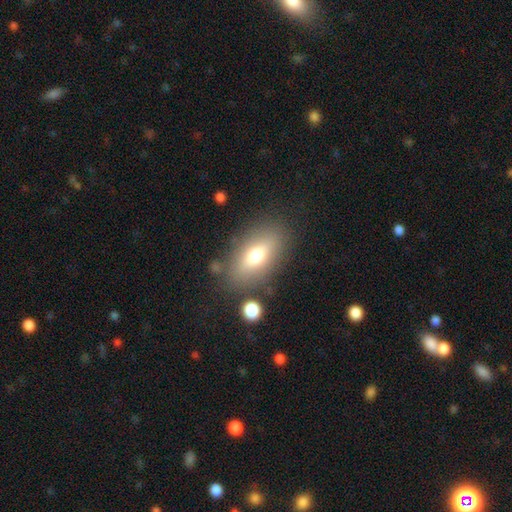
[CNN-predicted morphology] smooth-or-featured: smooth: 67% | featured or disk: 24% | star or artifact: 9%
  how-rounded: in between: 83% | cigar-shaped: 11% | round: 6%
  merging: none: 79% | minor disturbance: 13% | major disturbance: 5% | merger: 4%